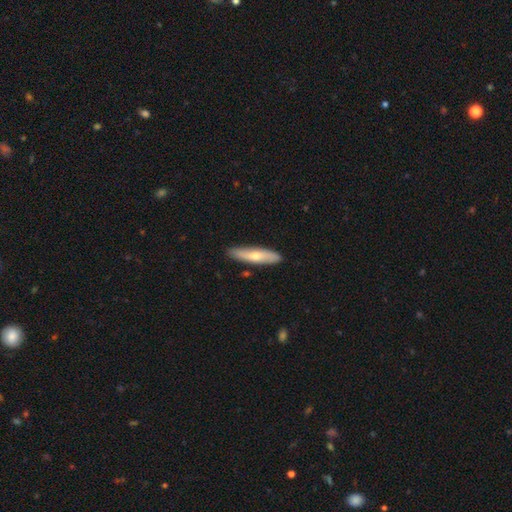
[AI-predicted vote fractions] Smooth or featured?
  - smooth: 60% *
  - featured or disk: 35%
  - star or artifact: 5%
How rounded?
  - cigar-shaped: 78% *
  - in between: 20%
  - round: 2%
Merging?
  - none: 87% *
  - minor disturbance: 10%
  - major disturbance: 2%
  - merger: 1%